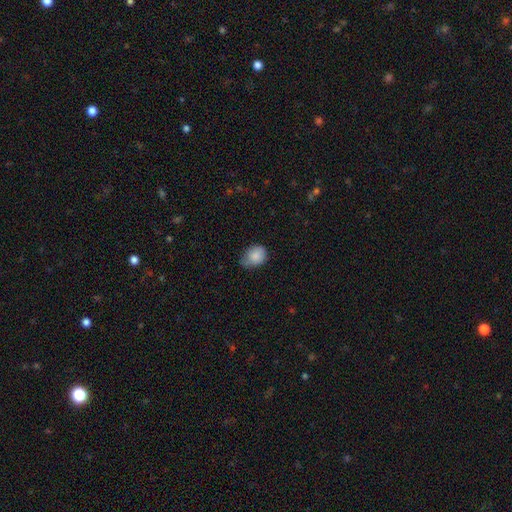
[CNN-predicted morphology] The model was most divided on "how rounded": in between: 55%, round: 44%, cigar-shaped: 1%. More confident: smooth or featured — smooth (85%); merging — none (51%).